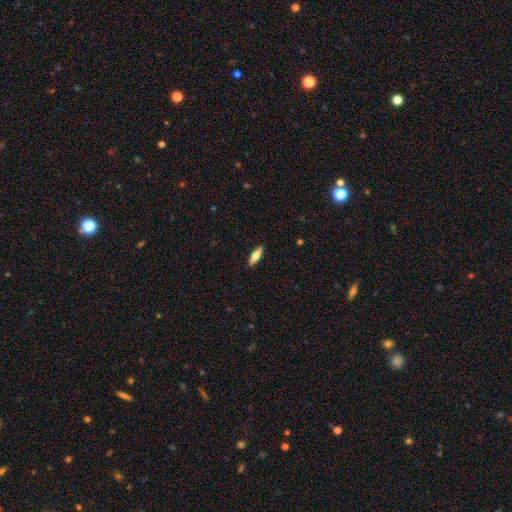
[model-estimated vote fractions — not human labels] Smooth or featured? Predicted: smooth (p=0.65). How rounded? Predicted: in between (p=0.53). Merging? Predicted: none (p=0.90).